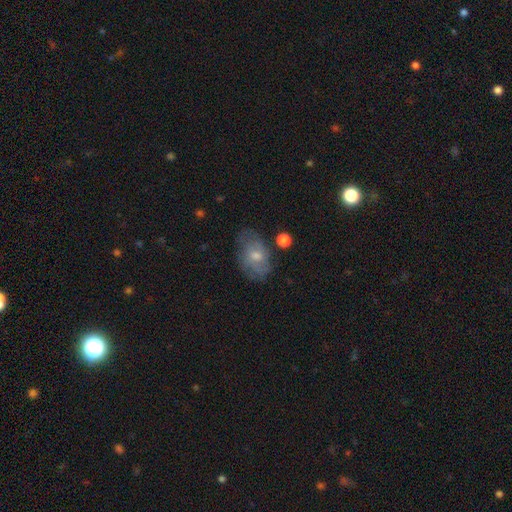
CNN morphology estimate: smooth-or-featured: featured or disk: 49% | smooth: 41% | star or artifact: 10%
  merging: none: 65% | minor disturbance: 23% | major disturbance: 8% | merger: 3%